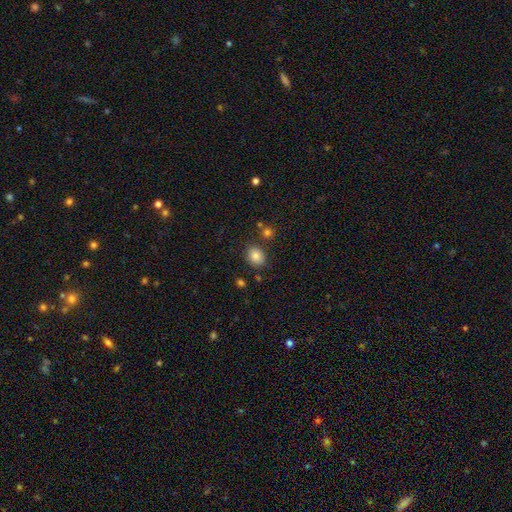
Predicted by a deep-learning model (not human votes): smooth-or-featured: smooth: 83% | star or artifact: 10% | featured or disk: 6%
  how-rounded: round: 53% | in between: 46% | cigar-shaped: 1%
  merging: none: 82% | minor disturbance: 10% | merger: 4% | major disturbance: 3%